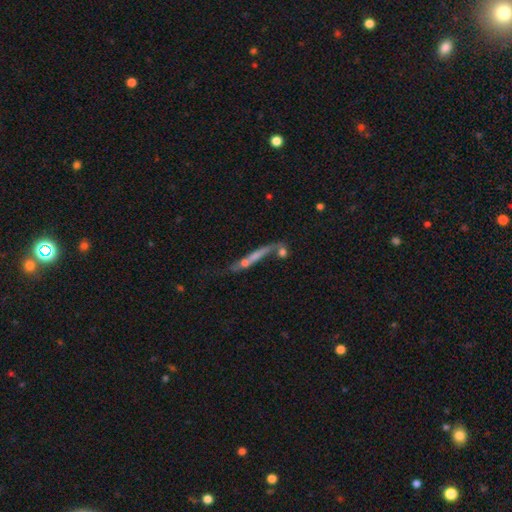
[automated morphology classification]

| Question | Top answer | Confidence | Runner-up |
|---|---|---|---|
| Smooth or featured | featured or disk | 46% | smooth (44%) |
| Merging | merger | 36% | none (35%) |